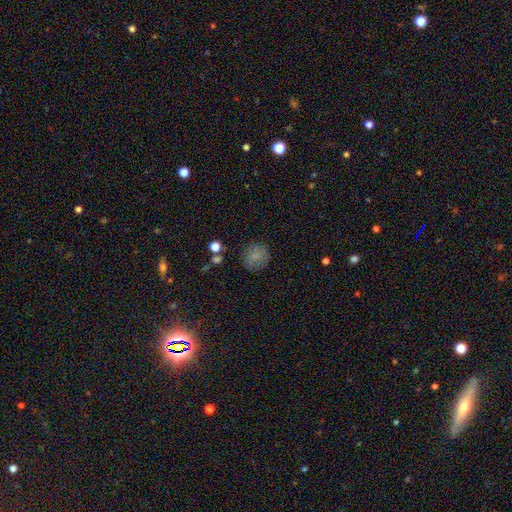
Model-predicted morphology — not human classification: This is clearly a smooth galaxy (80%). How rounded: clearly round (85%). Merging: clearly none (83%).